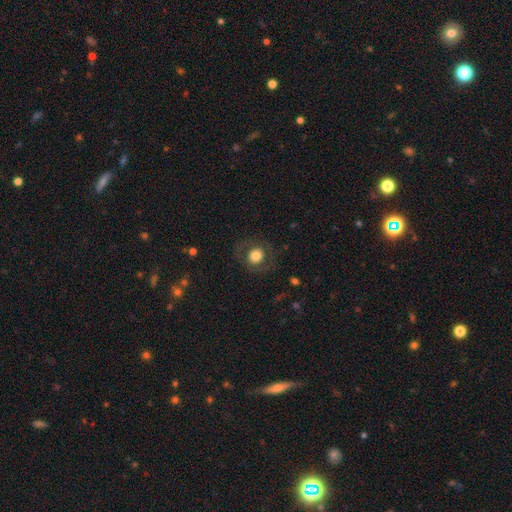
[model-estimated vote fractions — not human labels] Smooth or featured?
  - smooth: 69% *
  - featured or disk: 22%
  - star or artifact: 9%
How rounded?
  - round: 84% *
  - in between: 15%
  - cigar-shaped: 1%
Merging?
  - none: 81% *
  - minor disturbance: 10%
  - major disturbance: 8%
  - merger: 1%